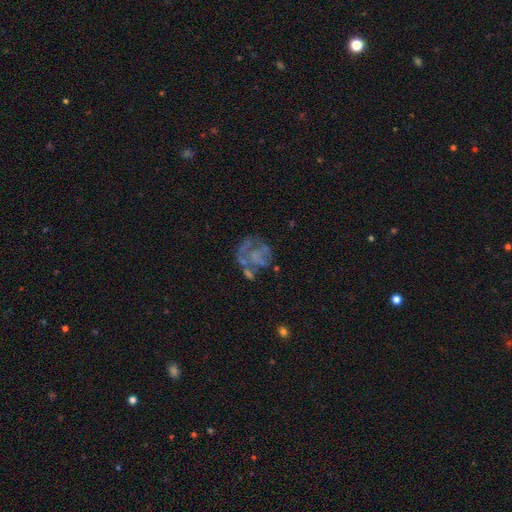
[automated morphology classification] This is likely a featured or disk galaxy (62%). It is clearly not viewed edge-on (98%). Bar: clearly no (89%). Spiral arm pattern: likely no (74%). Central bulge: likely none (75%). Merging: marginally none (43%).